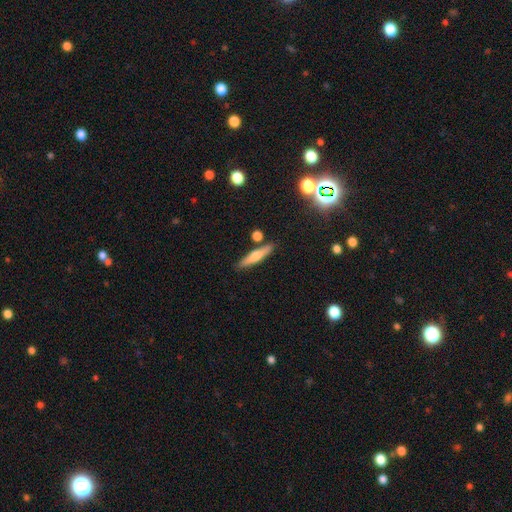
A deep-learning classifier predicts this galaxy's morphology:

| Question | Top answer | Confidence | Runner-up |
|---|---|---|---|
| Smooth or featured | smooth | 53% | featured or disk (39%) |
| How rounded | cigar-shaped | 85% | in between (13%) |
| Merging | none | 82% | minor disturbance (9%) |